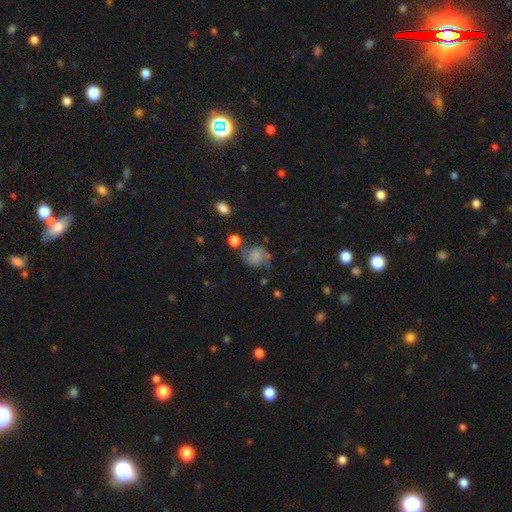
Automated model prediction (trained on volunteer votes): This is possibly a smooth galaxy (49%). Merging: possibly none (53%).